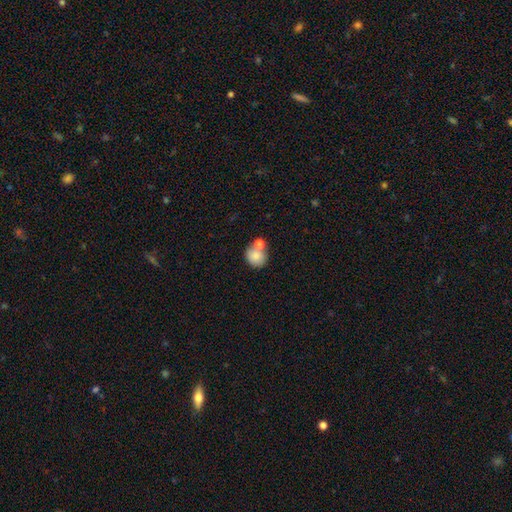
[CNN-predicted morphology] Smooth or featured? smooth (82%)
How rounded? round (80%)
Merging? none (52%)